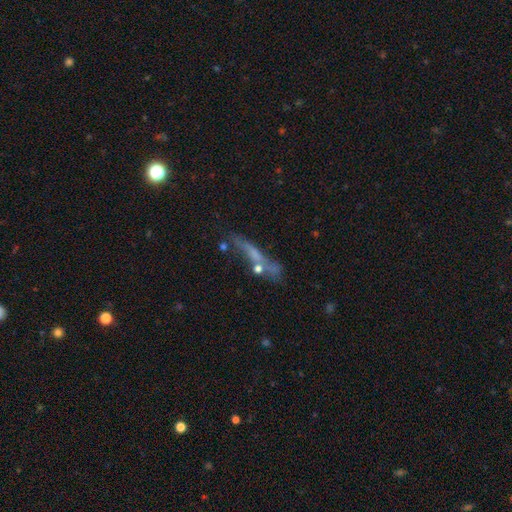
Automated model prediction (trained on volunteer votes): Smooth or featured: featured or disk — 49% (smooth — 35%)
Merging: none — 55% (minor disturbance — 18%)